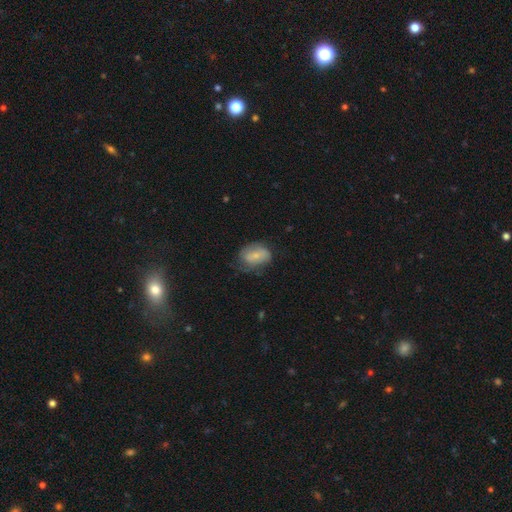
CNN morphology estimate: This is possibly a smooth galaxy (56%). How rounded: likely in between (79%). Merging: possibly none (48%).